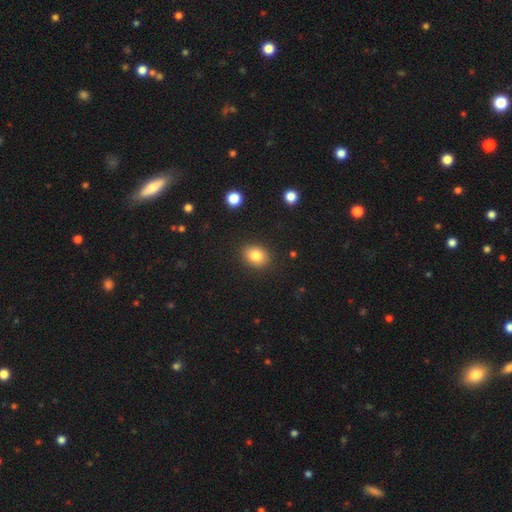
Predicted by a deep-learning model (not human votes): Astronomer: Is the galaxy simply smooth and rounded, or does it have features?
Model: smooth — 83%.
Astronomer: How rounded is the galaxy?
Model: in between — 54% (runner-up: round, 45%).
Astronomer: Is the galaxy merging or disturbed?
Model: none — 88%.